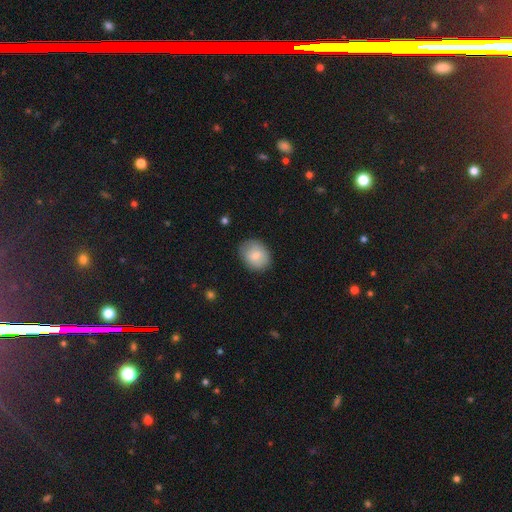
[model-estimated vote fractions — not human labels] The model was most divided on "how rounded": in between: 50%, round: 49%, cigar-shaped: 1%. More confident: merging — none (80%); smooth or featured — smooth (80%).